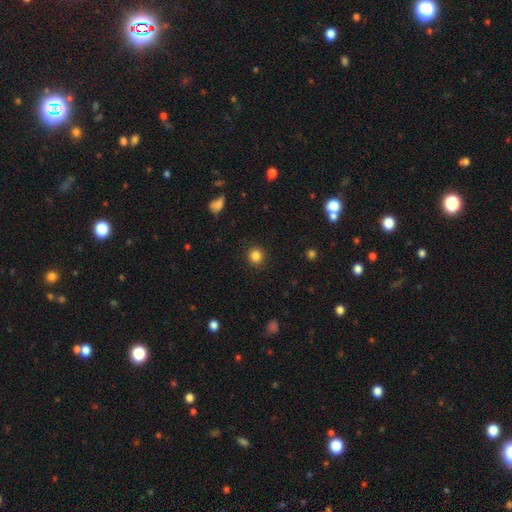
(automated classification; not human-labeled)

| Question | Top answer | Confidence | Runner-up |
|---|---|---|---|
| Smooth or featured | smooth | 84% | star or artifact (12%) |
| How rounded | round | 91% | in between (9%) |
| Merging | none | 91% | minor disturbance (5%) |